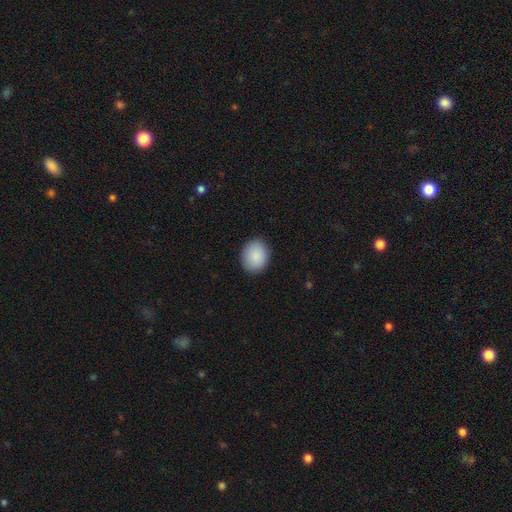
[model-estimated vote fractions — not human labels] smooth 90%, star or artifact 7%, featured or disk 4%. Down the decision tree: how rounded — round (51%); merging — none (89%).